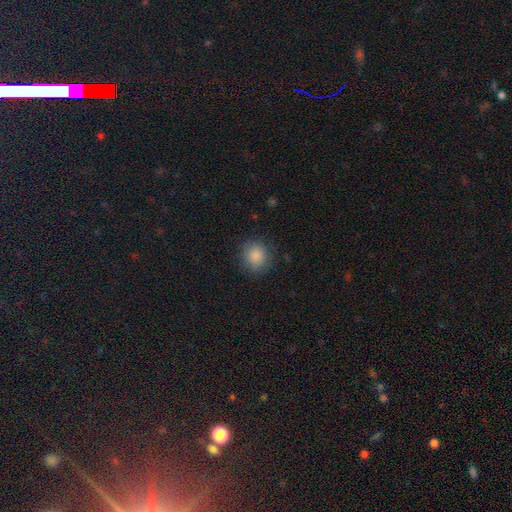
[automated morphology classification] This is clearly a smooth galaxy (87%). How rounded: clearly round (86%). Merging: clearly none (85%).